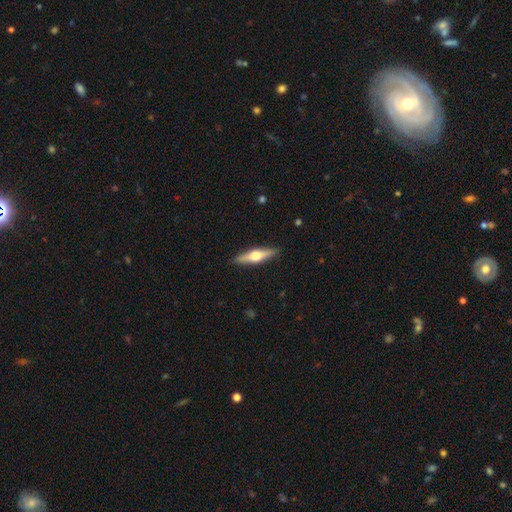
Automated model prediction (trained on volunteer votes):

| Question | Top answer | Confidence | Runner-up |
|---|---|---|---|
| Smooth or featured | featured or disk | 64% | smooth (31%) |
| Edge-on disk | yes | 97% | no (3%) |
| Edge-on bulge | rounded | 94% | boxy (4%) |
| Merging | none | 90% | minor disturbance (7%) |